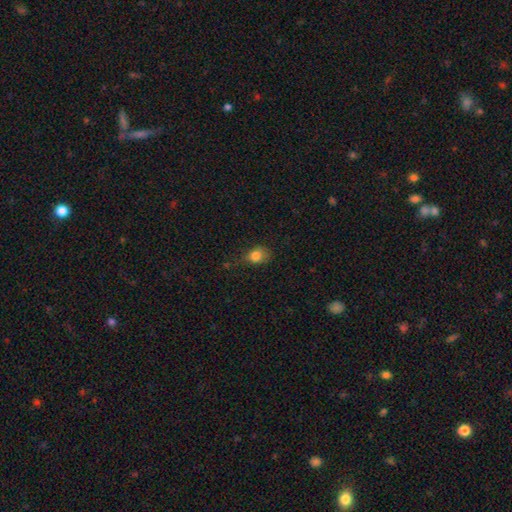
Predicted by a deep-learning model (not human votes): Smooth or featured: smooth — 81% (star or artifact — 11%)
How rounded: in between — 53% (round — 46%)
Merging: none — 58% (minor disturbance — 31%)